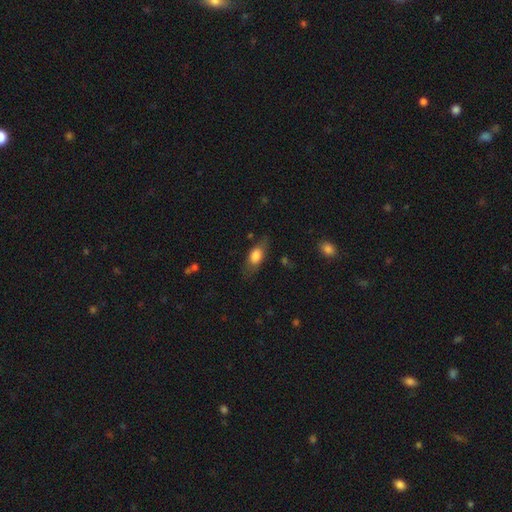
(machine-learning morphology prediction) smooth-or-featured: smooth: 73% | featured or disk: 20% | star or artifact: 7%
  how-rounded: in between: 80% | cigar-shaped: 13% | round: 7%
  merging: none: 71% | minor disturbance: 20% | major disturbance: 8% | merger: 2%